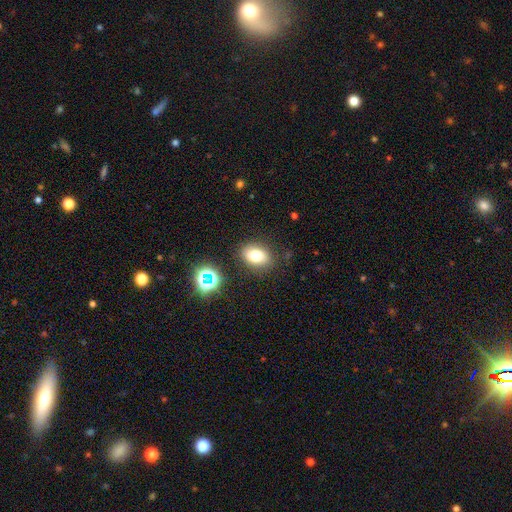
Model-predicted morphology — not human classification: Smooth or featured: smooth — 75% (star or artifact — 13%)
How rounded: in between — 73% (round — 25%)
Merging: none — 83% (minor disturbance — 11%)